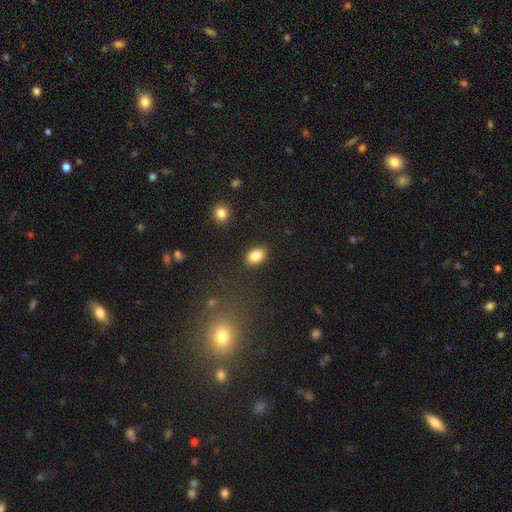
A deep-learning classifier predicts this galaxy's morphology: Overall: smooth (85%). How rounded: in between (84%). Merging: none (86%).